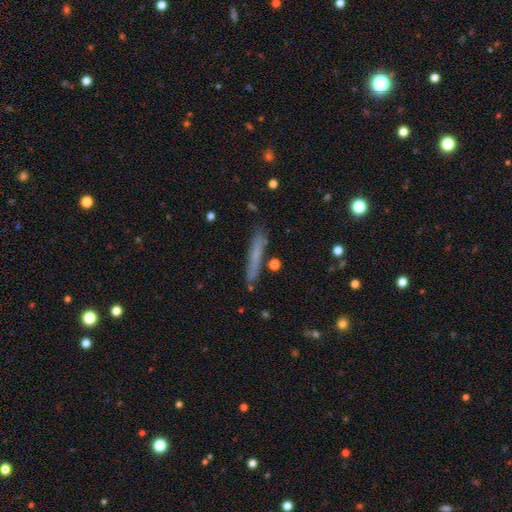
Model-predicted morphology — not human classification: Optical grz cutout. It shows a smooth galaxy with no disk features (62%) that is cigar-shaped (94%). Merging: none (83%).